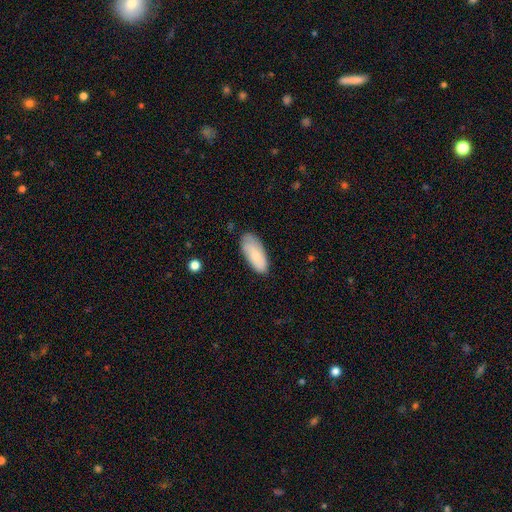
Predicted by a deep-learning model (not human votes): Overall: smooth (76%). How rounded: in between (85%). Merging: none (73%).